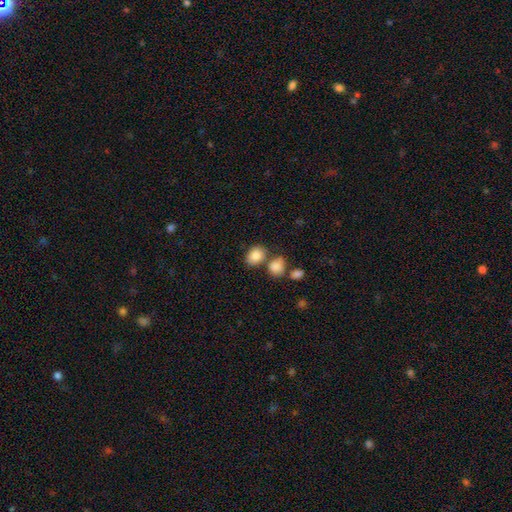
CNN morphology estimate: A smooth galaxy with no disk features (86%) that is in between round and cigar-shaped (69%).

Vote fractions:
- Smooth or featured? smooth: 86% / star or artifact: 8% / featured or disk: 6%
- How rounded? in between: 69% / round: 30% / cigar-shaped: 1%
- Merging? none: 57% / merger: 27% / minor disturbance: 12% / major disturbance: 4%